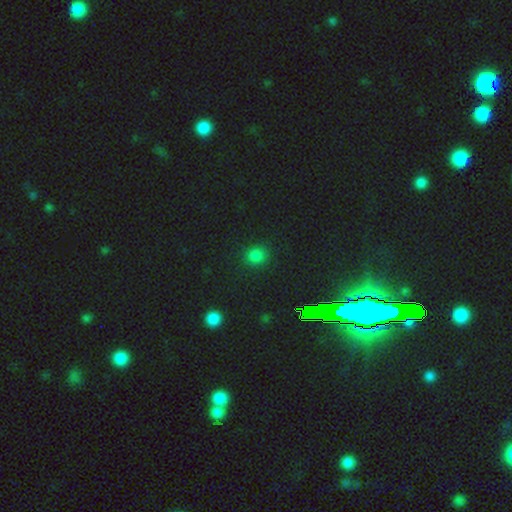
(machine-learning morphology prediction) smooth_or_featured: smooth (p=0.76) [alt: star or artifact p=0.20]
how_rounded: round (p=0.84) [alt: in between p=0.15]
merging: none (p=0.89) [alt: minor disturbance p=0.07]